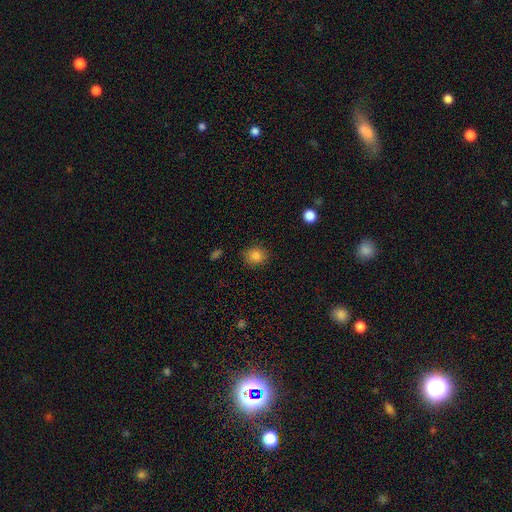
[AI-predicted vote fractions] This appears to be a smooth galaxy with no disk features (83%) that is round (71%). Merging: none (87%).